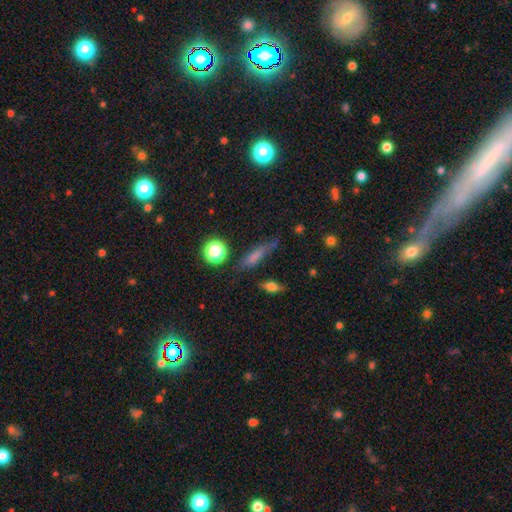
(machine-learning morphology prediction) Smooth or featured: smooth — 60% (featured or disk — 21%)
How rounded: cigar-shaped — 67% (in between — 23%)
Merging: none — 64% (minor disturbance — 22%)